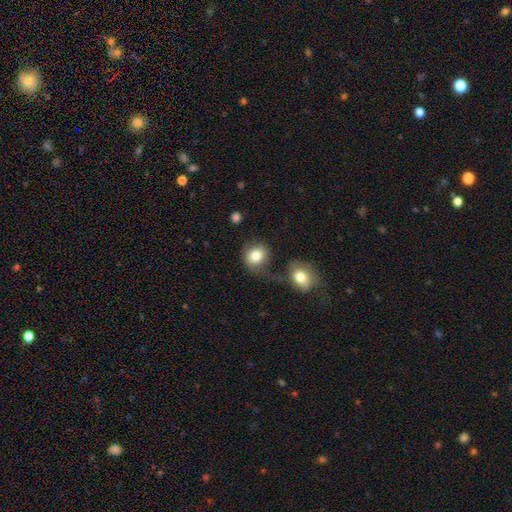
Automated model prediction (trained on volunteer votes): A smooth galaxy with no disk features (81%) that is round (73%). Merging: none (47%).